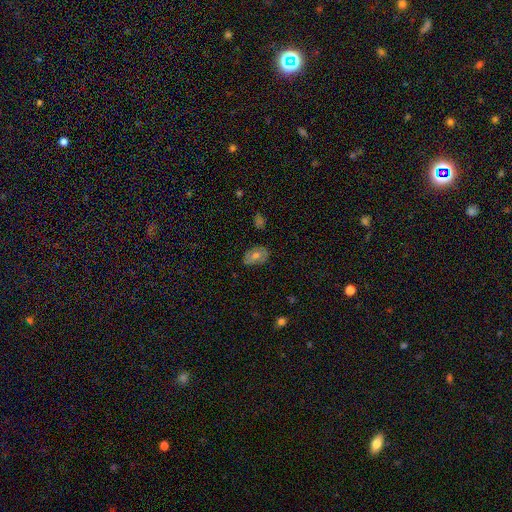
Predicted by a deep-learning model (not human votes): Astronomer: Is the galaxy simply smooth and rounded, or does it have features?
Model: smooth — 48% (runner-up: featured or disk, 42%).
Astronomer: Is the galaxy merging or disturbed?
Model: none — 76%.